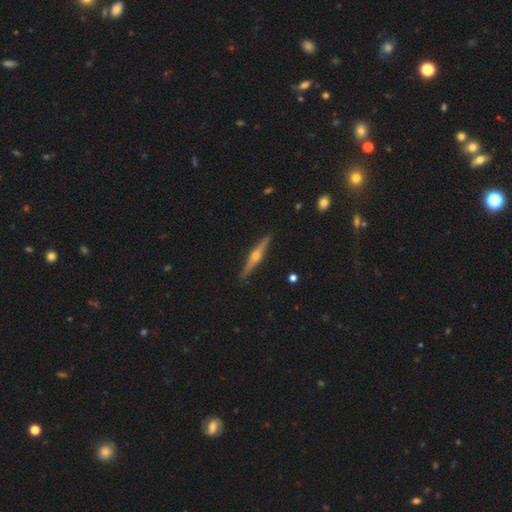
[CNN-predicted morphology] The model was most divided on "smooth or featured": featured or disk: 80%, smooth: 15%, star or artifact: 5%. More confident: edge-on disk — yes (98%); edge-on bulge — rounded (94%); merging — none (91%).